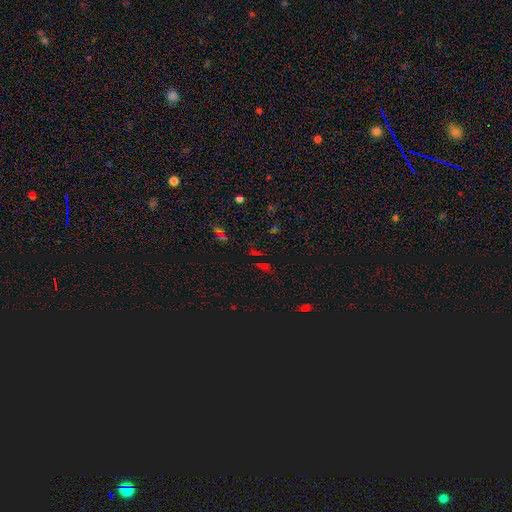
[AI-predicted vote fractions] A star or artifact, not a galaxy (62%).